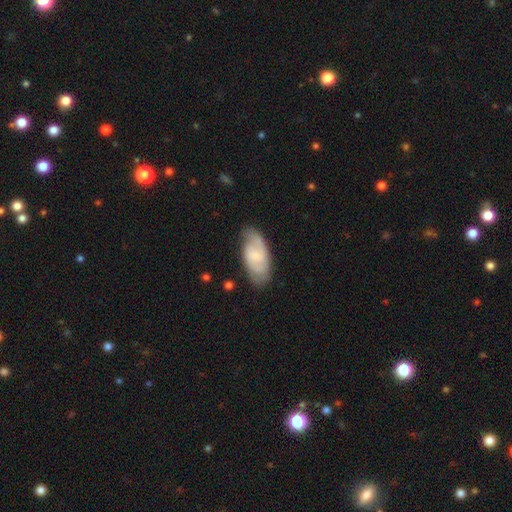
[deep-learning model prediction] Q: Smooth or featured?
A: featured or disk (56%); runner-up: smooth (38%)
Q: Edge-on disk?
A: no (94%); runner-up: yes (6%)
Q: Bar?
A: weak (49%); runner-up: no (40%)
Q: Spiral arms?
A: yes (88%); runner-up: no (12%)
Q: Bulge size?
A: small (51%); runner-up: moderate (24%)
Q: Merging?
A: none (73%); runner-up: minor disturbance (20%)